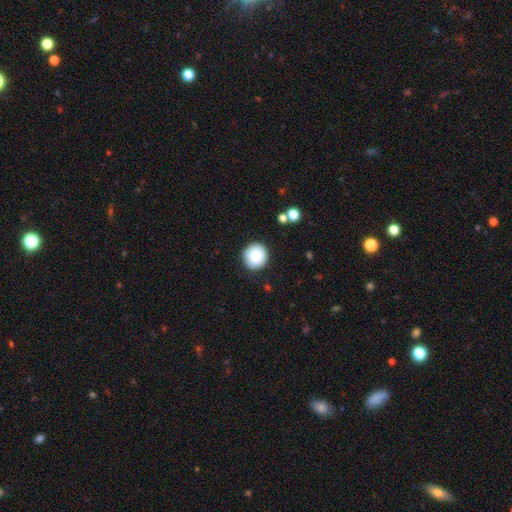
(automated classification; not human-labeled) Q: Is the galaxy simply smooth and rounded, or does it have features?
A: smooth — 85%.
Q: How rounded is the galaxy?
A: round — 94%.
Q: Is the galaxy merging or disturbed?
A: none — 90%.